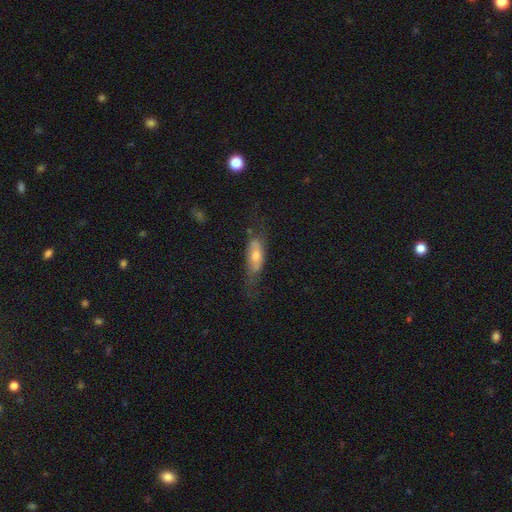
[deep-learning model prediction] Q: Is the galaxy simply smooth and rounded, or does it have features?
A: smooth — 48%.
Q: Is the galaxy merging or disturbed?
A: none — 51%.